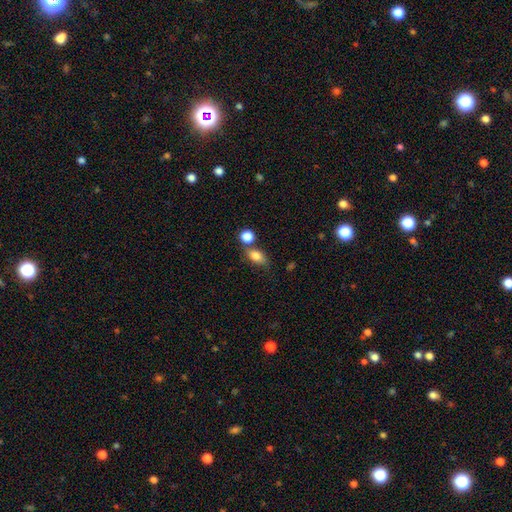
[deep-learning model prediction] This is clearly a smooth galaxy (81%). How rounded: likely in between (79%). Merging: possibly none (57%).